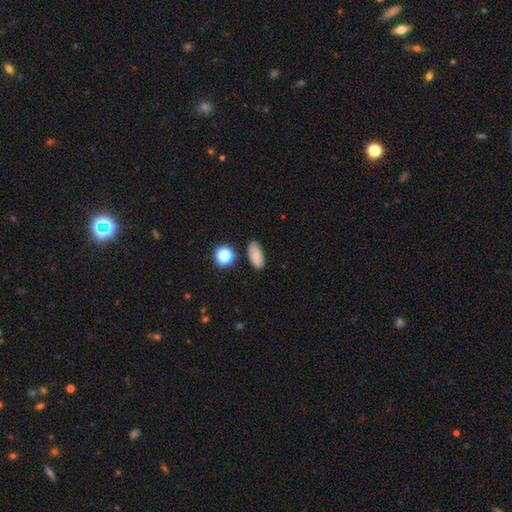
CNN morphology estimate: A smooth galaxy with no disk features (83%) that is in between round and cigar-shaped (86%).

Vote fractions:
- Smooth or featured? smooth: 83% / star or artifact: 11% / featured or disk: 6%
- How rounded? in between: 86% / cigar-shaped: 8% / round: 6%
- Merging? none: 84% / minor disturbance: 11% / merger: 3% / major disturbance: 3%